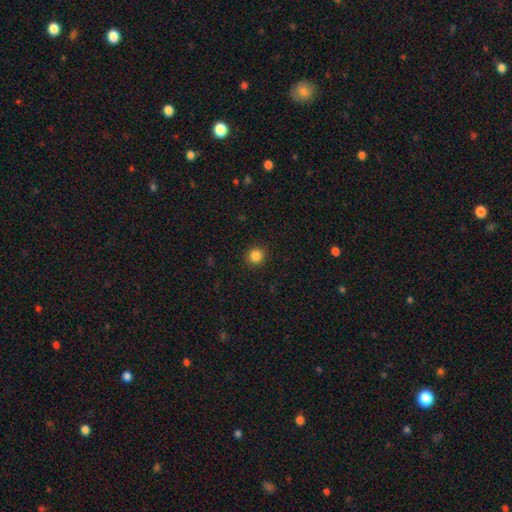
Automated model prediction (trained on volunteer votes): smooth-or-featured: smooth: 85% | star or artifact: 11% | featured or disk: 4%
  how-rounded: round: 92% | in between: 7% | cigar-shaped: 1%
  merging: none: 91% | minor disturbance: 6% | major disturbance: 2% | merger: 1%